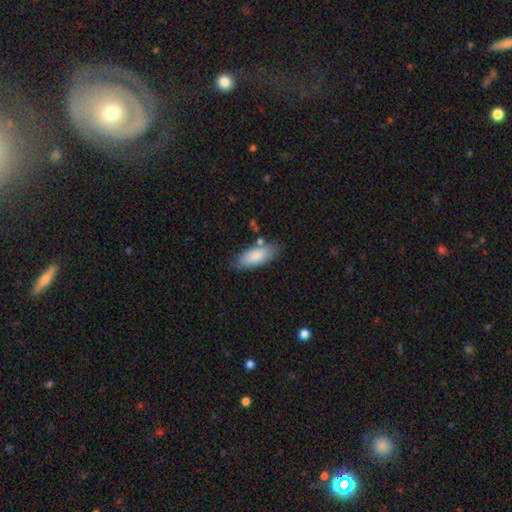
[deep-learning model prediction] Smooth or featured? Predicted: smooth (p=0.84). How rounded? Predicted: in between (p=0.83). Merging? Predicted: none (p=0.70).